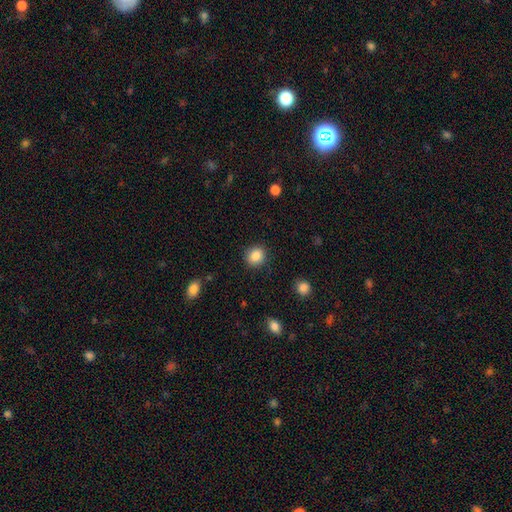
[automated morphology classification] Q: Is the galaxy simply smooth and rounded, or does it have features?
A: smooth — 86%.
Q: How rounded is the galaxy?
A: round — 81%.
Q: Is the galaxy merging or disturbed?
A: none — 89%.